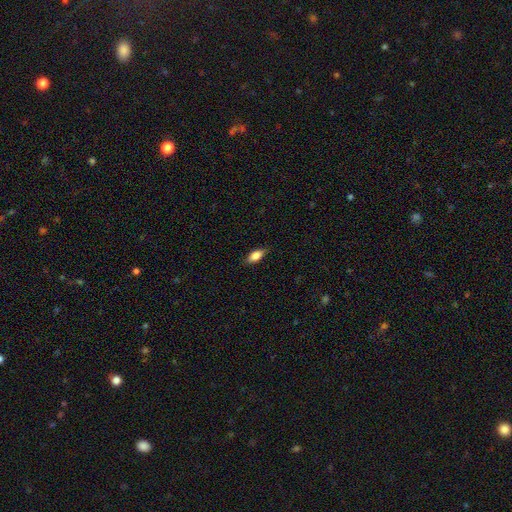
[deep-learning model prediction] A smooth galaxy with no disk features (83%) that is in between round and cigar-shaped (84%). Merging: none (83%).